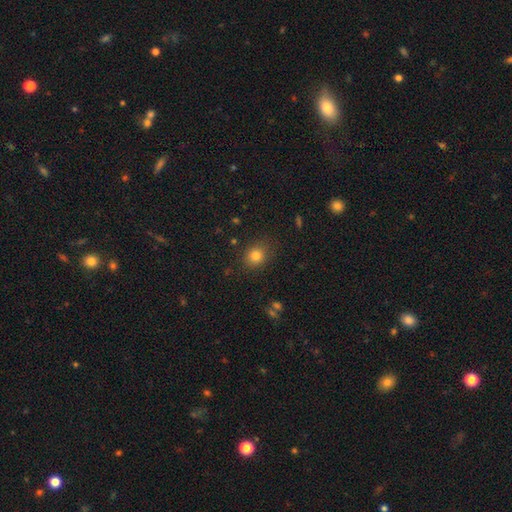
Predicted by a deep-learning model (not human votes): smooth-or-featured: smooth: 80% | star or artifact: 13% | featured or disk: 7%
  how-rounded: round: 70% | in between: 29% | cigar-shaped: 1%
  merging: none: 83% | minor disturbance: 12% | major disturbance: 4% | merger: 2%